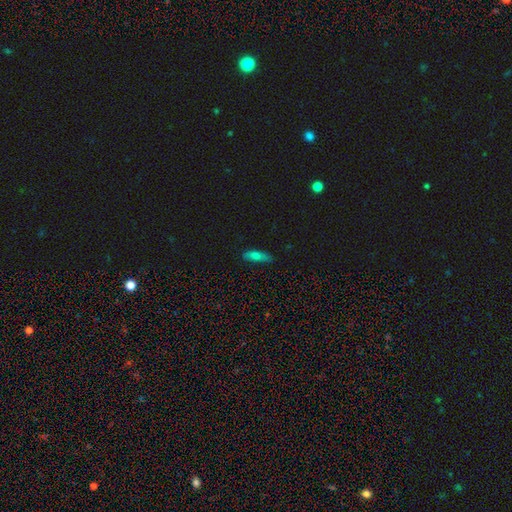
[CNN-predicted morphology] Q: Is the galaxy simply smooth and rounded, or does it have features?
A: smooth — 71%.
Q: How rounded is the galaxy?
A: in between — 49%.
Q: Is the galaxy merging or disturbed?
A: none — 77%.